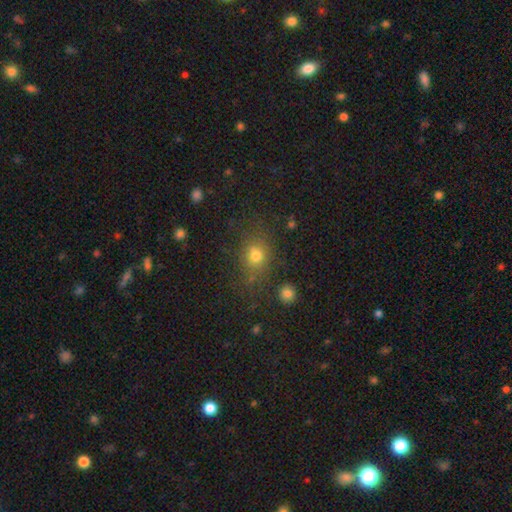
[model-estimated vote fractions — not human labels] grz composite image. It shows a smooth galaxy with no disk features (72%) that is round (67%). Merging: none (72%).